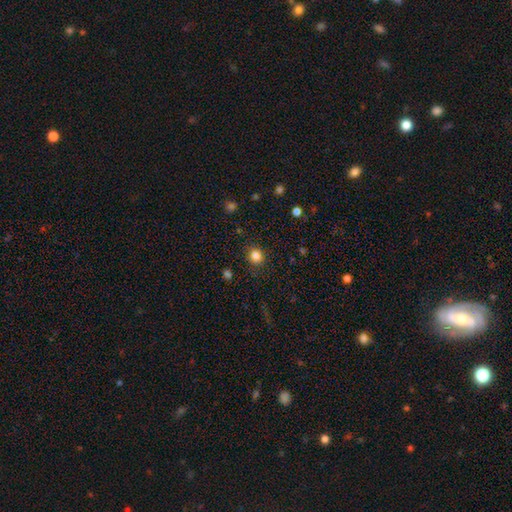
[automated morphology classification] Smooth or featured?
  - smooth: 84% *
  - star or artifact: 12%
  - featured or disk: 4%
How rounded?
  - round: 84% *
  - in between: 15%
  - cigar-shaped: 1%
Merging?
  - none: 89% *
  - minor disturbance: 8%
  - major disturbance: 3%
  - merger: 1%